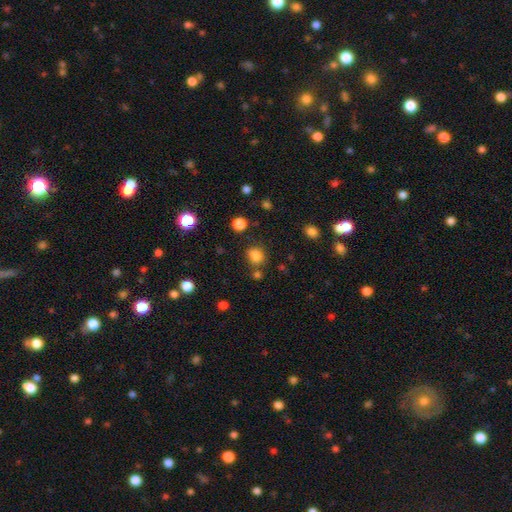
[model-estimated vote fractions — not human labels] The model was most divided on "how rounded": round: 68%, in between: 31%, cigar-shaped: 1%. More confident: smooth or featured — smooth (81%); merging — none (71%).